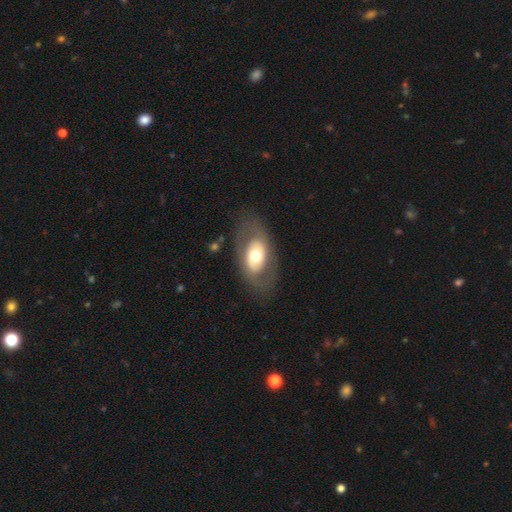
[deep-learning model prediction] Smooth or featured?
  - featured or disk: 51% *
  - smooth: 43%
  - star or artifact: 6%
Edge-on disk?
  - no: 90% *
  - yes: 10%
Merging?
  - none: 75% *
  - minor disturbance: 14%
  - major disturbance: 10%
  - merger: 1%